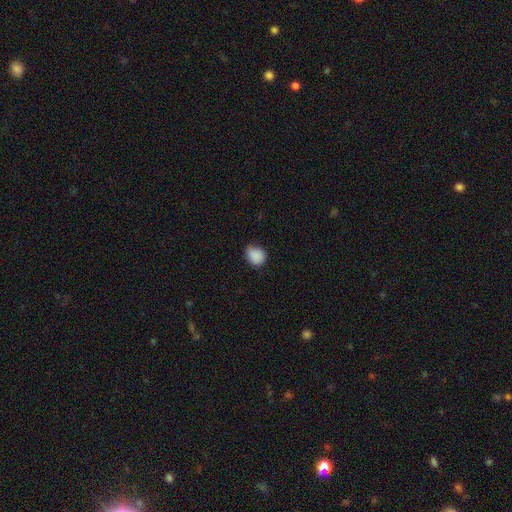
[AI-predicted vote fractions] smooth-or-featured: smooth: 87% | star or artifact: 8% | featured or disk: 4%
  how-rounded: round: 63% | in between: 36% | cigar-shaped: 1%
  merging: none: 64% | minor disturbance: 30% | major disturbance: 5% | merger: 1%